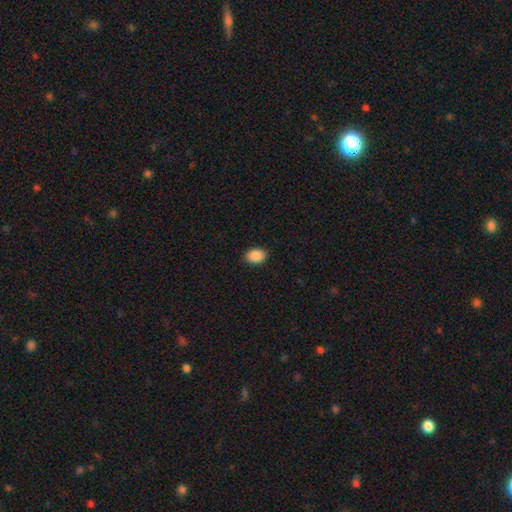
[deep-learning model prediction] Smooth or featured? Predicted: smooth (p=0.89). How rounded? Predicted: in between (p=0.76). Merging? Predicted: none (p=0.89).